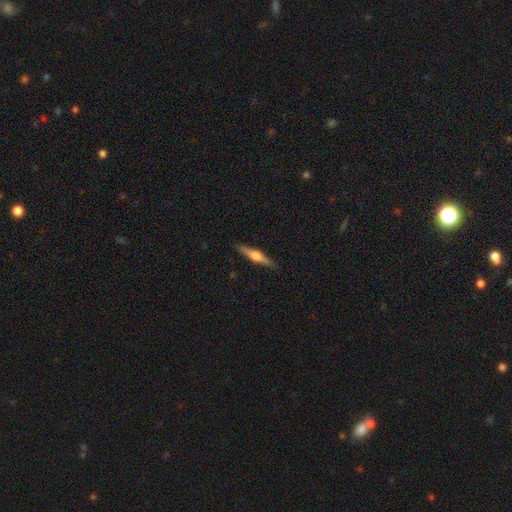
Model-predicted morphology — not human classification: This is likely a featured or disk galaxy (64%). It is clearly viewed edge-on (97%). Edge-on bulge: clearly rounded (90%). Merging: clearly none (90%).